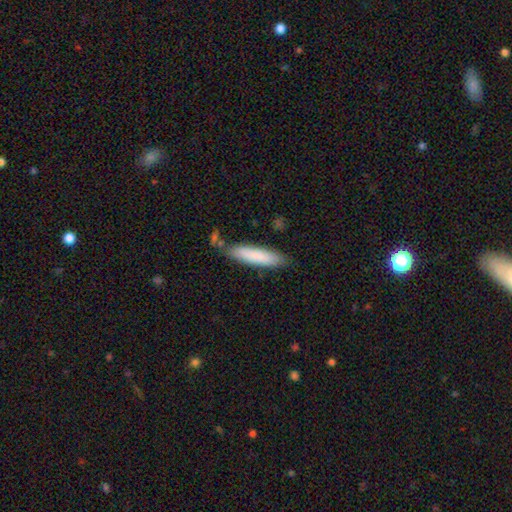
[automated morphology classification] This appears to be a smooth galaxy with no disk features (82%) that is cigar-shaped (81%). Merging: none (79%).